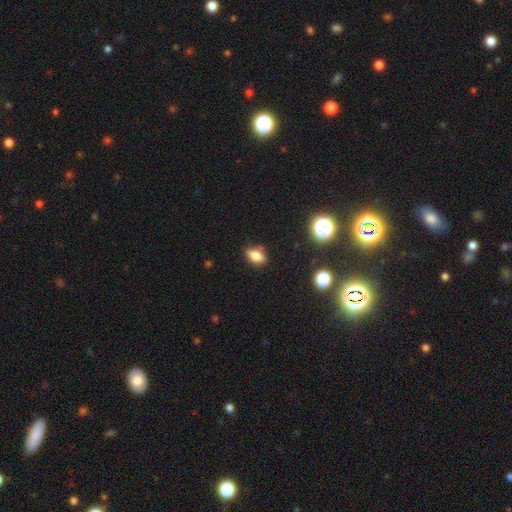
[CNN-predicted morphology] Smooth or featured: smooth — 76% (star or artifact — 12%)
How rounded: in between — 80% (round — 16%)
Merging: none — 79% (minor disturbance — 16%)